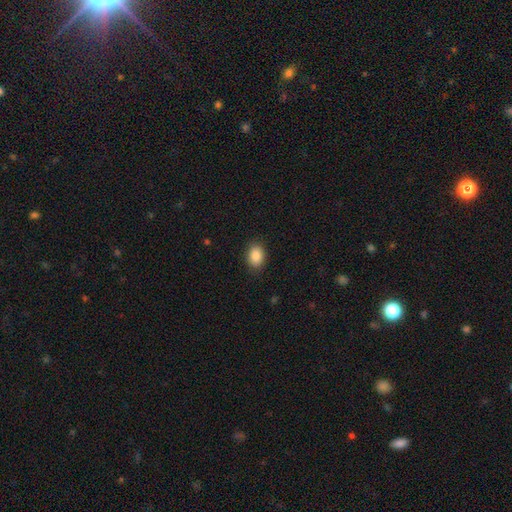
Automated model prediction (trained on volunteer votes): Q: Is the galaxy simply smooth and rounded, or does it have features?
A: smooth — 87%.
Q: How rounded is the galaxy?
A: in between — 73%.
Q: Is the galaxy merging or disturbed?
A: none — 87%.